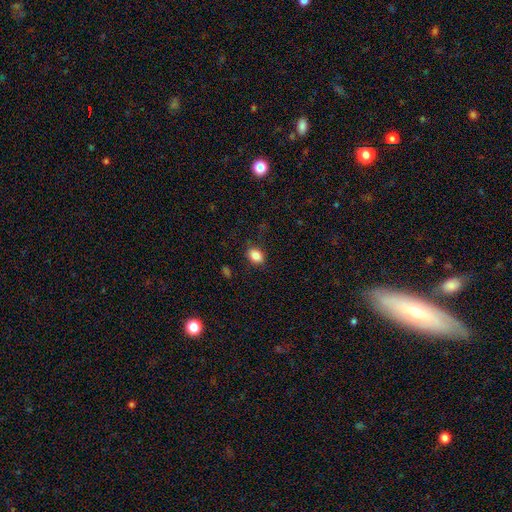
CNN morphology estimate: Smooth or featured: smooth — 85% (star or artifact — 9%)
How rounded: in between — 77% (round — 22%)
Merging: none — 83% (minor disturbance — 12%)